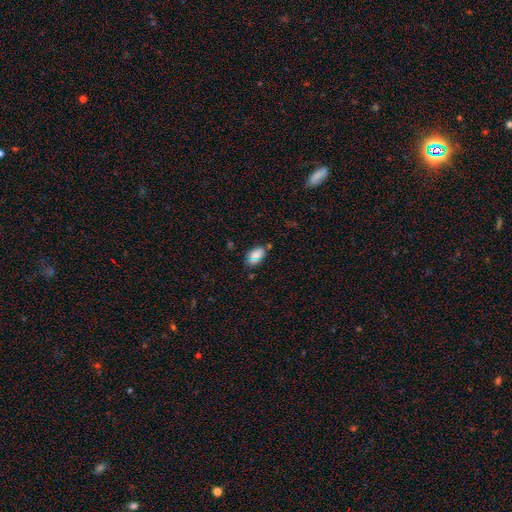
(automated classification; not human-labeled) Smooth or featured? smooth (75%)
How rounded? in between (88%)
Merging? none (76%)